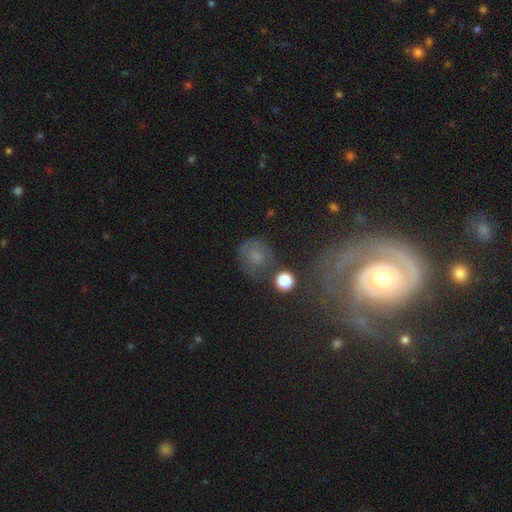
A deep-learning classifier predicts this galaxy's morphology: smooth-or-featured: smooth: 65% | star or artifact: 18% | featured or disk: 17%
  how-rounded: round: 79% | in between: 20% | cigar-shaped: 1%
  merging: none: 61% | minor disturbance: 21% | major disturbance: 11% | merger: 7%